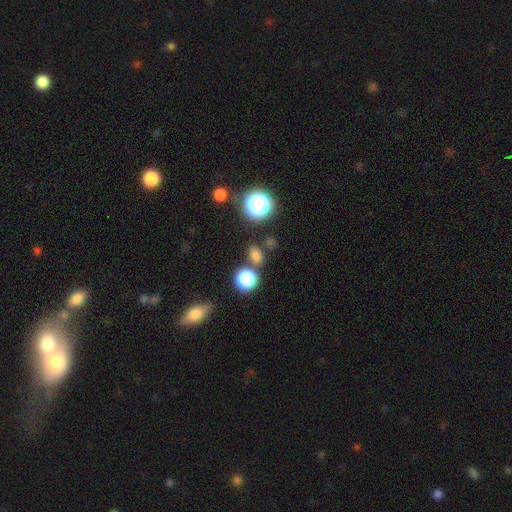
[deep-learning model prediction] smooth-or-featured: smooth: 75% | star or artifact: 20% | featured or disk: 6%
  how-rounded: round: 58% | in between: 40% | cigar-shaped: 2%
  merging: none: 69% | merger: 16% | minor disturbance: 11% | major disturbance: 5%